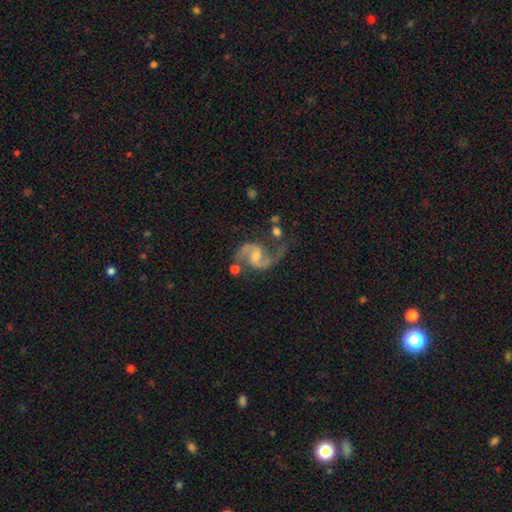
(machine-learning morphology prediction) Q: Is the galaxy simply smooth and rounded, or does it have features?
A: featured or disk — 91%.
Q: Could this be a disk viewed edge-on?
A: no — 98%.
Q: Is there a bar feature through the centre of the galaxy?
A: weak — 48%.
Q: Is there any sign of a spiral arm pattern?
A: yes — 98%.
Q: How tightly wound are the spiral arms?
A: medium — 49%.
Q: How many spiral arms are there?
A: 2 — 93%.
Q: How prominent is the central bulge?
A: moderate — 53%.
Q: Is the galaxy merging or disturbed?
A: none — 58%.